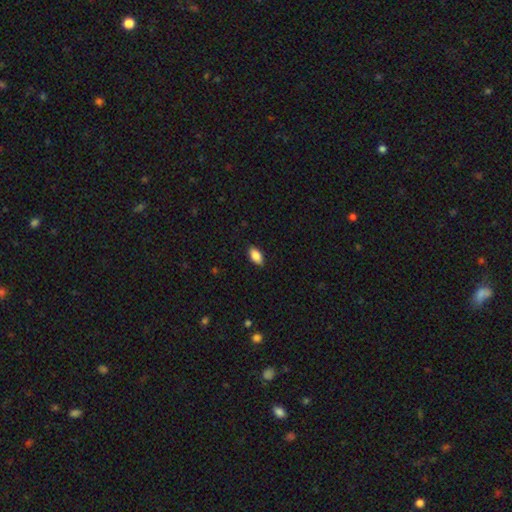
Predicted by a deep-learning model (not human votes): Smooth or featured? smooth (85%)
How rounded? in between (91%)
Merging? none (87%)